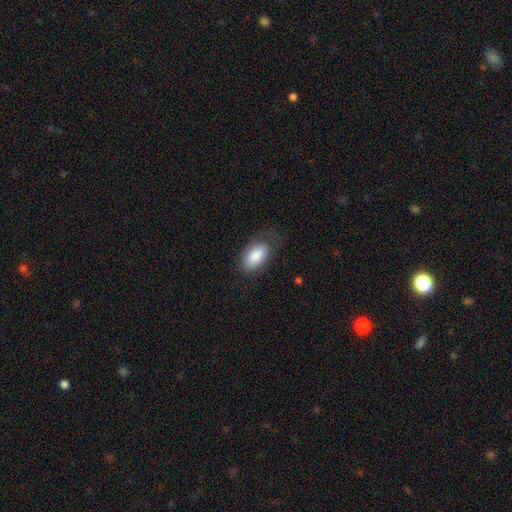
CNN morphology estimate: smooth 82%, featured or disk 11%, star or artifact 6%. Down the decision tree: how rounded — in between (94%); merging — none (59%).